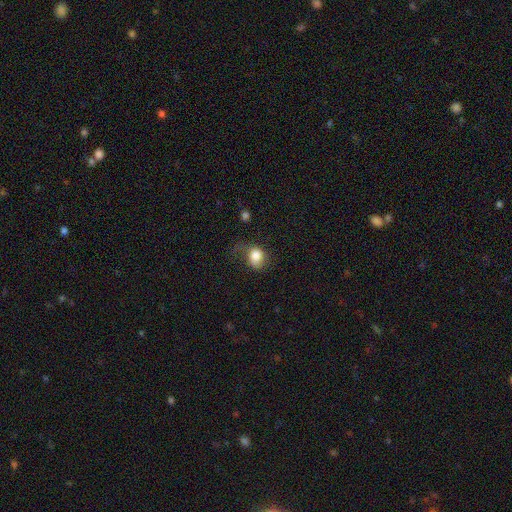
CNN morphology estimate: A smooth galaxy with no disk features (79%) that is round (55%).

Vote fractions:
- Smooth or featured? smooth: 79% / featured or disk: 12% / star or artifact: 9%
- How rounded? round: 55% / in between: 44% / cigar-shaped: 1%
- Merging? none: 37% / major disturbance: 31% / minor disturbance: 30% / merger: 3%